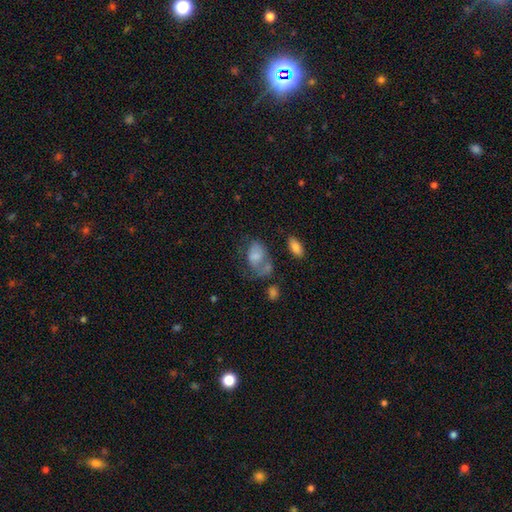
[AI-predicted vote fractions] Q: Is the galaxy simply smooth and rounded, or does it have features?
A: smooth — 67%.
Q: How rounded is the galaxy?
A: in between — 81%.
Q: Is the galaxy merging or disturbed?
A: major disturbance — 32%.